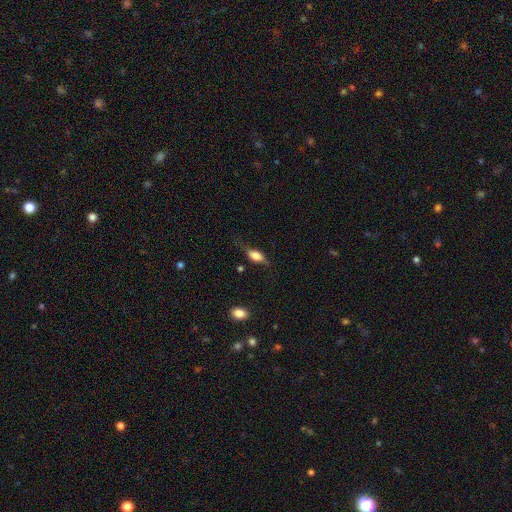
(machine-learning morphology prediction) Smooth or featured?
  - smooth: 60% *
  - featured or disk: 31%
  - star or artifact: 9%
How rounded?
  - in between: 75% *
  - cigar-shaped: 18%
  - round: 7%
Merging?
  - none: 54% *
  - minor disturbance: 27%
  - major disturbance: 17%
  - merger: 2%